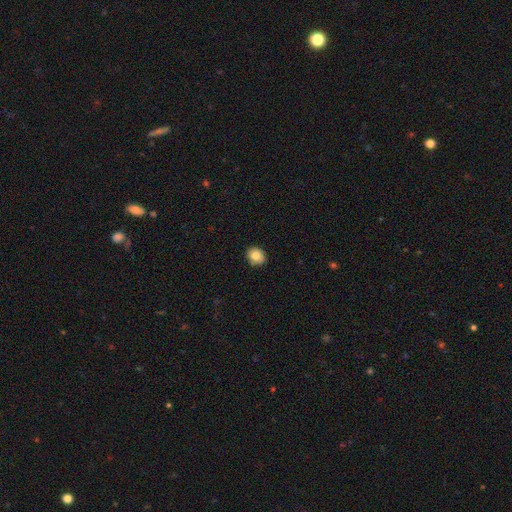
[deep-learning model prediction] smooth_or_featured: smooth (p=0.81) [alt: featured or disk p=0.10]
how_rounded: round (p=0.60) [alt: in between p=0.39]
merging: none (p=0.87) [alt: minor disturbance p=0.10]